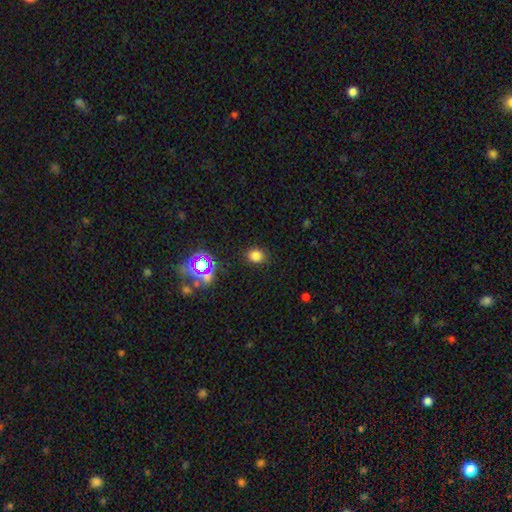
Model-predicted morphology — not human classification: Overall: smooth (76%). How rounded: round (66%; in between 33%). Merging: none (86%).